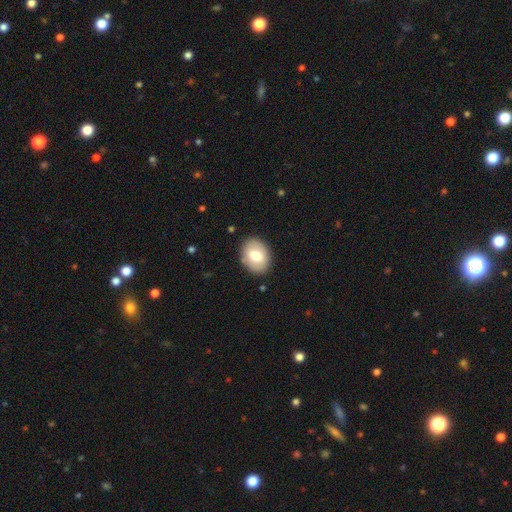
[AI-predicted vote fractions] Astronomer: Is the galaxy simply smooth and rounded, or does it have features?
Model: smooth — 72%.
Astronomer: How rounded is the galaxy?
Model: in between — 67%.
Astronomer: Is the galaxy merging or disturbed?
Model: none — 87%.